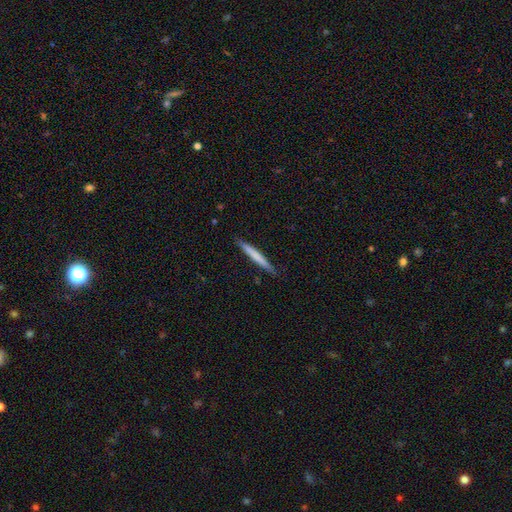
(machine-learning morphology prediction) This is likely a smooth galaxy (66%). How rounded: clearly cigar-shaped (97%). Merging: clearly none (88%).